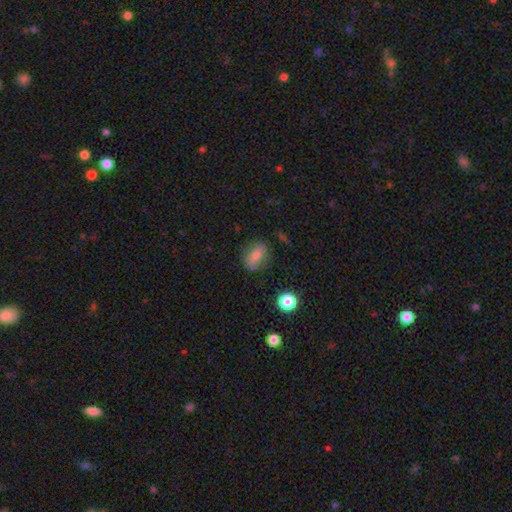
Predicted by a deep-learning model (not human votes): Overall: smooth (72%). How rounded: in between (72%). Merging: none (71%).